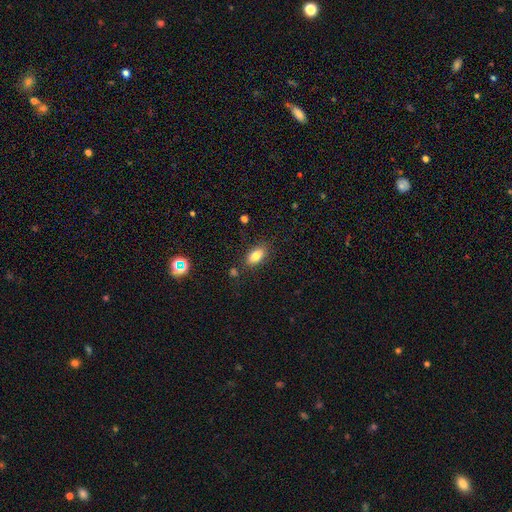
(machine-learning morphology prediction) A smooth galaxy with no disk features (82%) that is in between round and cigar-shaped (89%). Merging: none (82%).